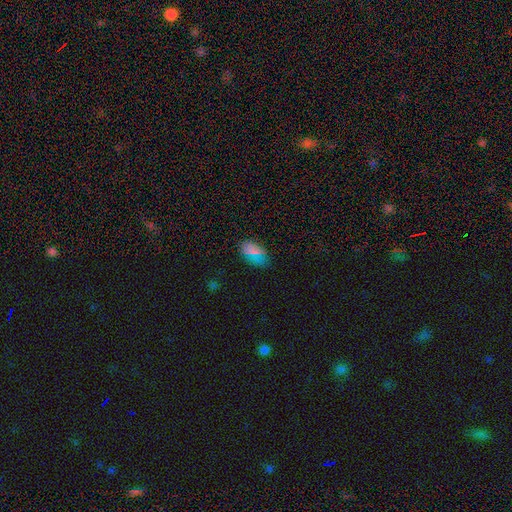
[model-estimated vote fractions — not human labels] Smooth or featured?
  - smooth: 72% *
  - star or artifact: 21%
  - featured or disk: 7%
How rounded?
  - in between: 92% *
  - round: 5%
  - cigar-shaped: 4%
Merging?
  - none: 82% *
  - minor disturbance: 13%
  - major disturbance: 3%
  - merger: 2%